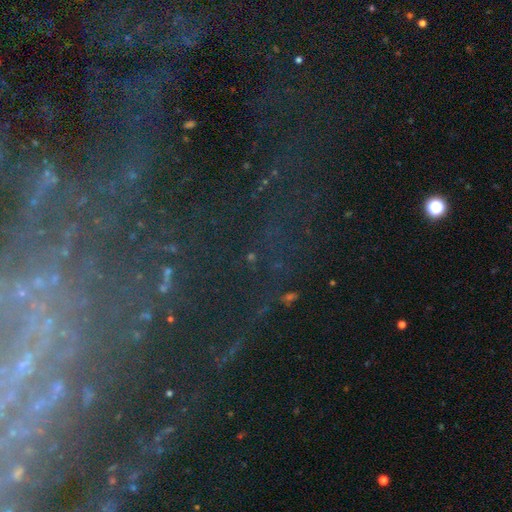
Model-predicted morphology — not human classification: A featured or disk galaxy (52%). Merging: none (68%).